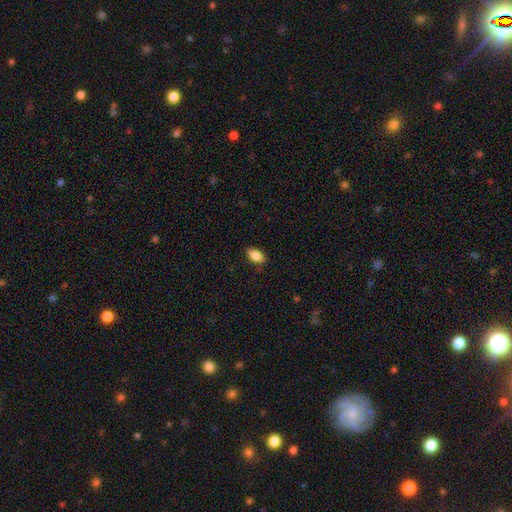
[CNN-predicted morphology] type=smooth (84%); roundness=in between (89%); merging=none (85%).